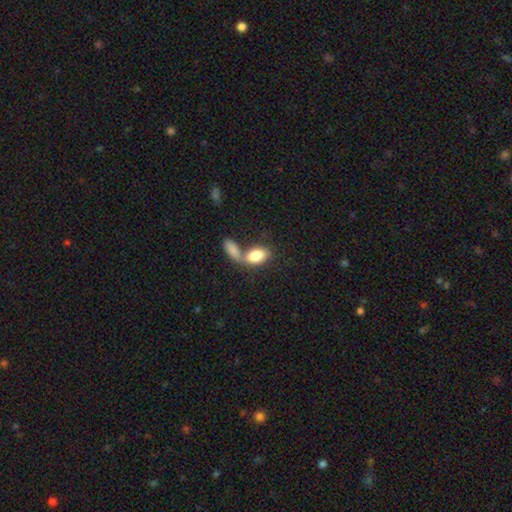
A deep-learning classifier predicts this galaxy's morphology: Smooth or featured?
  - smooth: 82% *
  - featured or disk: 12%
  - star or artifact: 6%
How rounded?
  - in between: 91% *
  - round: 5%
  - cigar-shaped: 4%
Merging?
  - merger: 55% *
  - none: 30%
  - minor disturbance: 9%
  - major disturbance: 6%